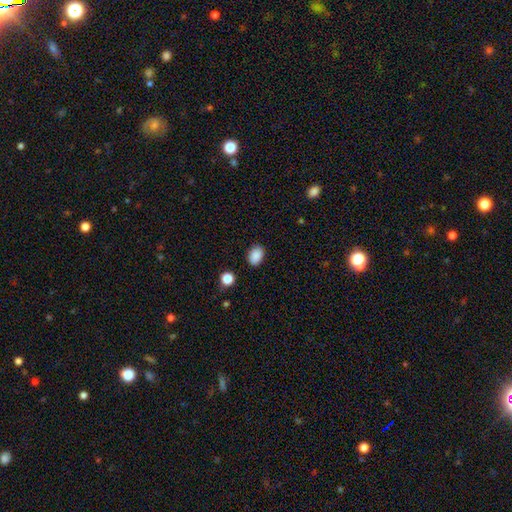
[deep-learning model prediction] Morphology: type=smooth (88%); roundness=in between (78%); merging=none (85%).